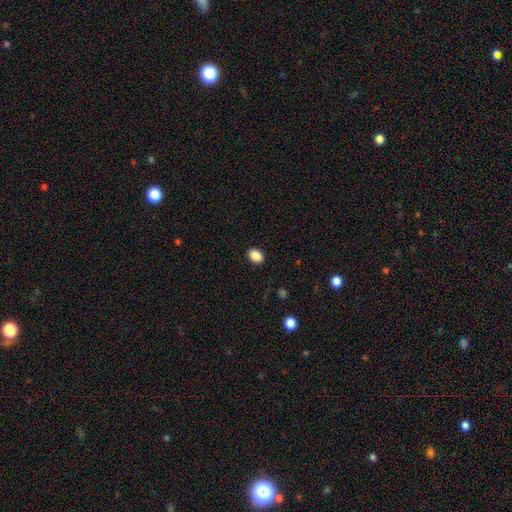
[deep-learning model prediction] A smooth galaxy with no disk features (88%) that is in between round and cigar-shaped (61%).

Vote fractions:
- Smooth or featured? smooth: 88% / star or artifact: 9% / featured or disk: 3%
- How rounded? in between: 61% / round: 38% / cigar-shaped: 1%
- Merging? none: 90% / minor disturbance: 7% / major disturbance: 2% / merger: 1%